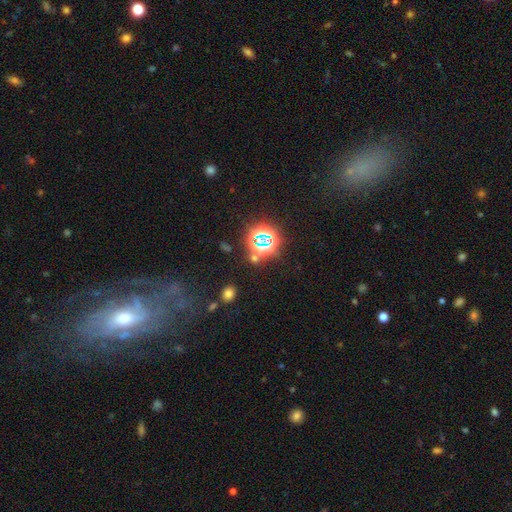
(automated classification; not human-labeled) Smooth or featured? star or artifact (64%)